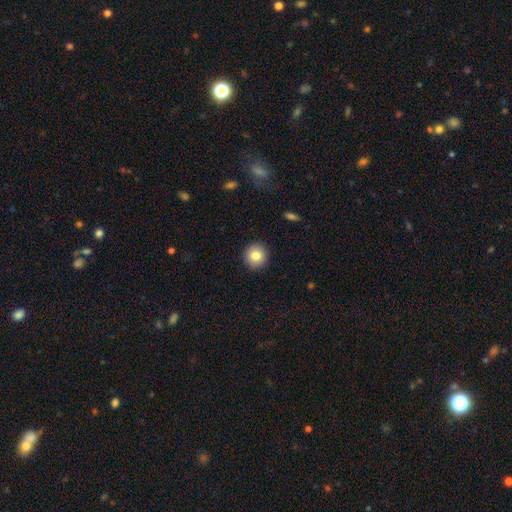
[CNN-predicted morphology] This is clearly a smooth galaxy (81%). How rounded: clearly round (94%). Merging: clearly none (92%).